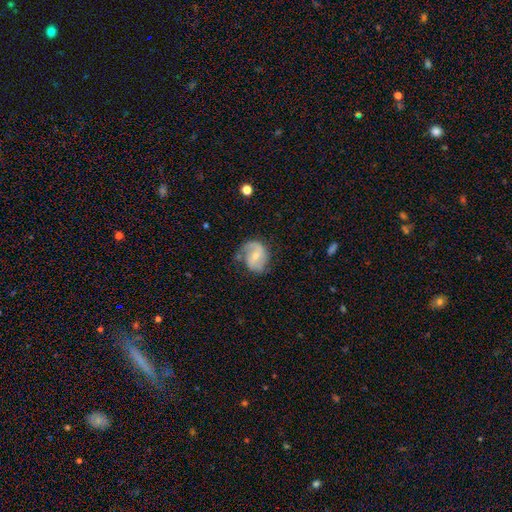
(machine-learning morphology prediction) type=featured or disk (70%); edge-on=no (98%); bar=weak (48%); spiral arms=yes (89%); winding=medium (44%); arm count=2 (72%); bulge=small (51%); merging=none (59%).